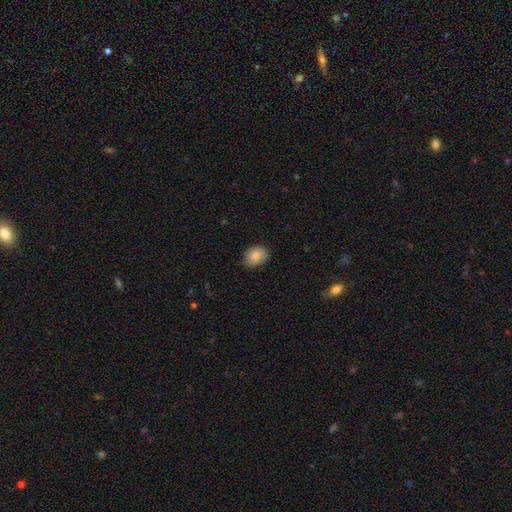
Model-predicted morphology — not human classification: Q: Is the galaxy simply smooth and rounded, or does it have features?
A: smooth — 87%.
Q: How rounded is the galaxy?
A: in between — 67%.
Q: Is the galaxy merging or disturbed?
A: none — 77%.